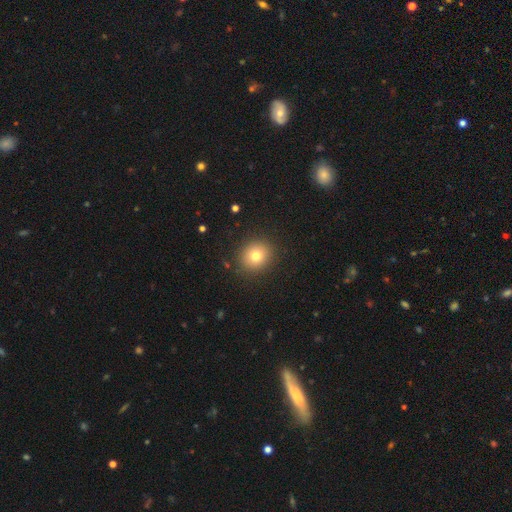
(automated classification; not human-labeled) smooth 78%, star or artifact 12%, featured or disk 10%. Down the decision tree: how rounded — round (81%); merging — none (89%).